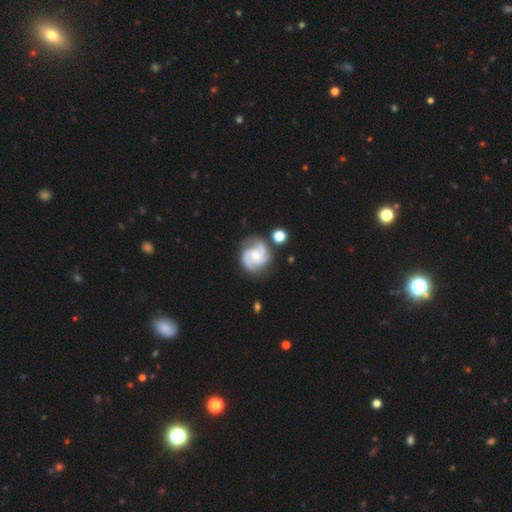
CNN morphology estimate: featured or disk 84%, smooth 11%, star or artifact 5%. Down the decision tree: edge-on disk — no (98%); bar — no (68%); spiral arms — yes (97%); spiral arm count — 3 (45%); spiral winding — medium (47%); bulge size — moderate (53%); merging — none (71%).